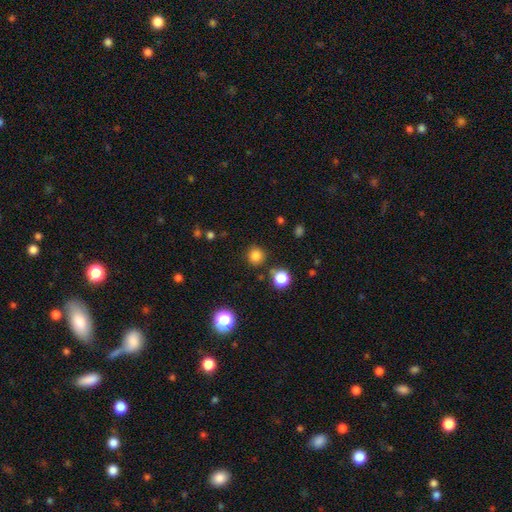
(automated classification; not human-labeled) A smooth galaxy with no disk features (81%) that is round (92%). Merging: none (84%).